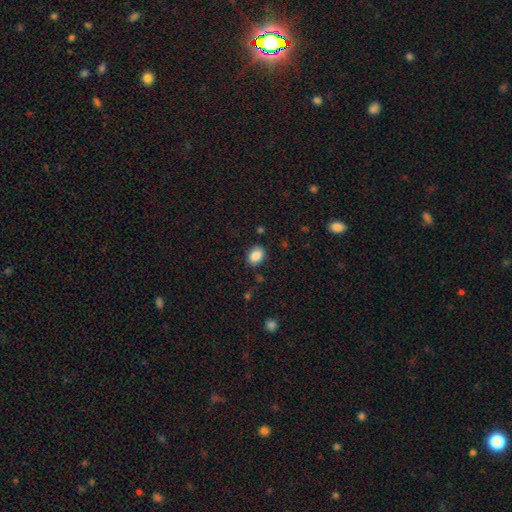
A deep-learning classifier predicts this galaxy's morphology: Smooth or featured? Predicted: smooth (p=0.86). How rounded? Predicted: in between (p=0.72). Merging? Predicted: none (p=0.83).